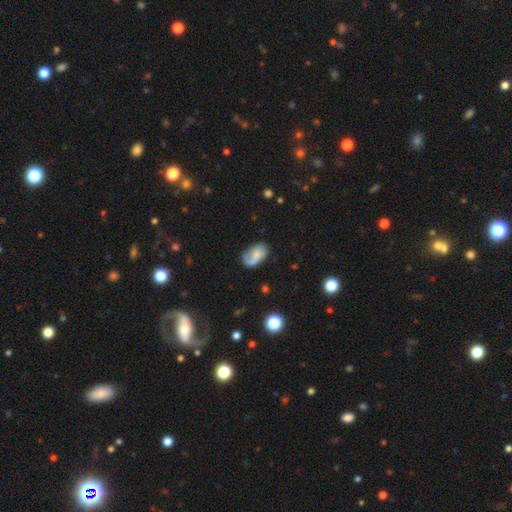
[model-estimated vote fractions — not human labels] Overall: smooth (52%; featured or disk 40%). How rounded: in between (86%). Merging: none (51%; minor disturbance 28%).